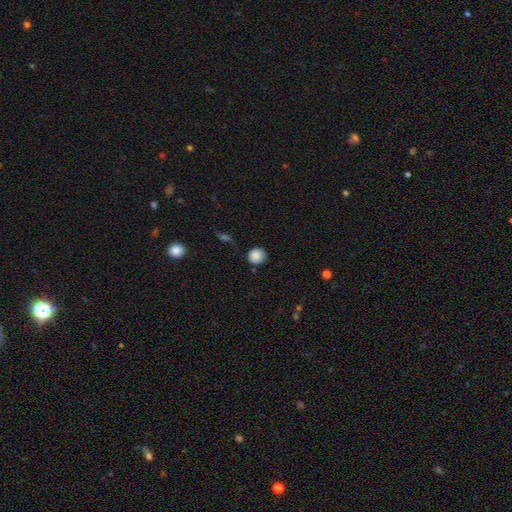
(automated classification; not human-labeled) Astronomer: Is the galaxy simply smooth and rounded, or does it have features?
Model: smooth — 86%.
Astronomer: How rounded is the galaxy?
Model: round — 87%.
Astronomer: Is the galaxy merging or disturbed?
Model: none — 75%.